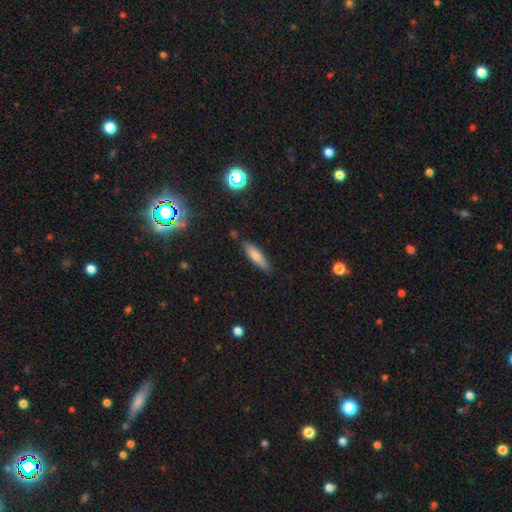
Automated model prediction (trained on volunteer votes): Smooth or featured? Predicted: smooth (p=0.78). How rounded? Predicted: cigar-shaped (p=0.63). Merging? Predicted: none (p=0.83).